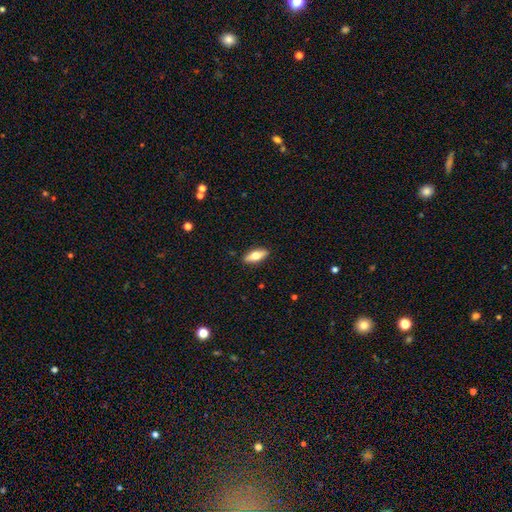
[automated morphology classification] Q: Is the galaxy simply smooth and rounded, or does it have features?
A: smooth — 63%.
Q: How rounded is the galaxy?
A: in between — 65%.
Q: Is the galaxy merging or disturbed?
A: none — 89%.